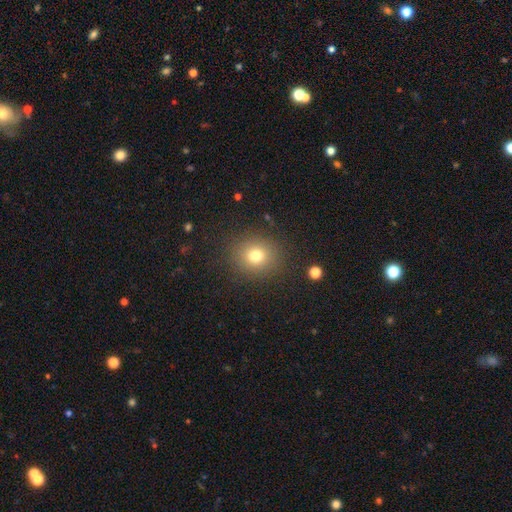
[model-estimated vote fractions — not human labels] smooth_or_featured: smooth (p=0.76) [alt: star or artifact p=0.15]
how_rounded: round (p=0.79) [alt: in between p=0.20]
merging: none (p=0.87) [alt: minor disturbance p=0.08]